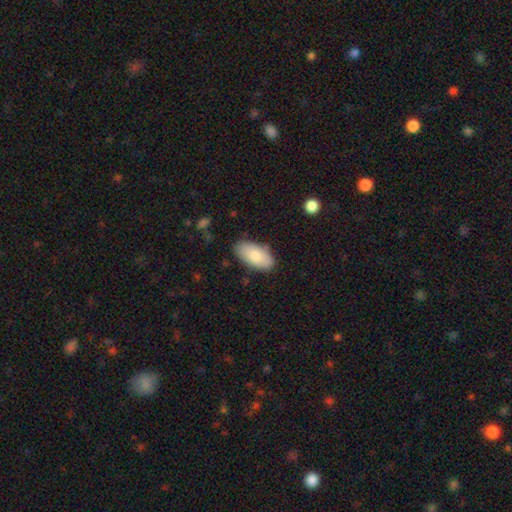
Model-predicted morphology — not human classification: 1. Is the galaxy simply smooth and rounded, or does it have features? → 81% smooth, 13% featured or disk, 6% star or artifact.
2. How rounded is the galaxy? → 95% in between, 3% cigar-shaped, 2% round.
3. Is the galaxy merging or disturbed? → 81% none, 15% minor disturbance, 3% major disturbance, 2% merger.